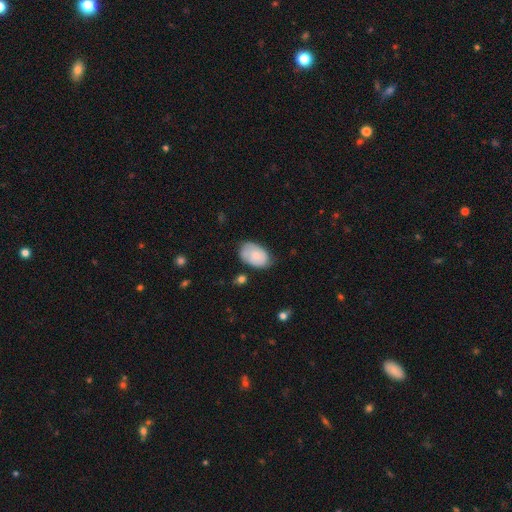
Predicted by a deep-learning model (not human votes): Smooth or featured? smooth (67%)
How rounded? in between (88%)
Merging? none (63%)